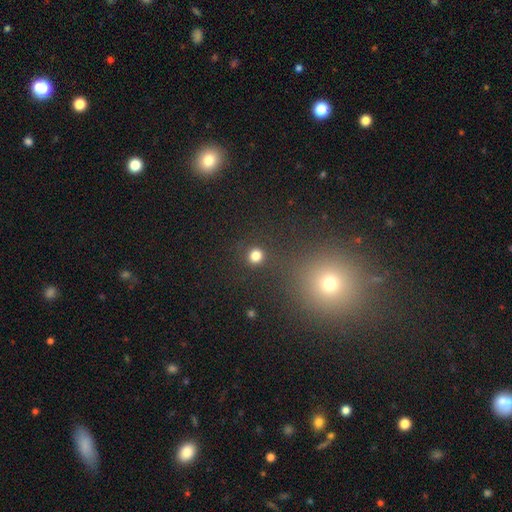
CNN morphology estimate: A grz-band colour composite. It shows a smooth galaxy with no disk features (81%) that is round (89%). Merging: none (87%).